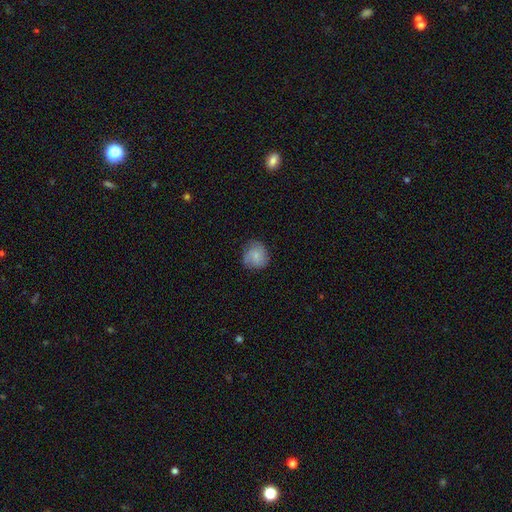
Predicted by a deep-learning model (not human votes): Q: Smooth or featured?
A: smooth (73%); runner-up: featured or disk (19%)
Q: How rounded?
A: round (86%); runner-up: in between (13%)
Q: Merging?
A: none (73%); runner-up: minor disturbance (20%)